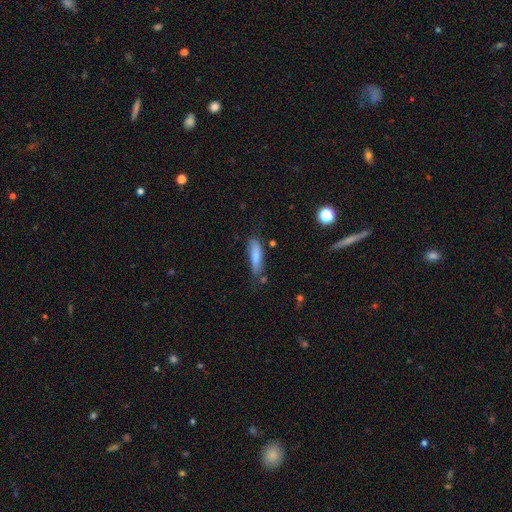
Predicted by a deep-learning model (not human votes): smooth-or-featured: smooth: 78% | featured or disk: 15% | star or artifact: 7%
  how-rounded: cigar-shaped: 64% | in between: 34% | round: 2%
  merging: none: 61% | minor disturbance: 27% | major disturbance: 7% | merger: 5%